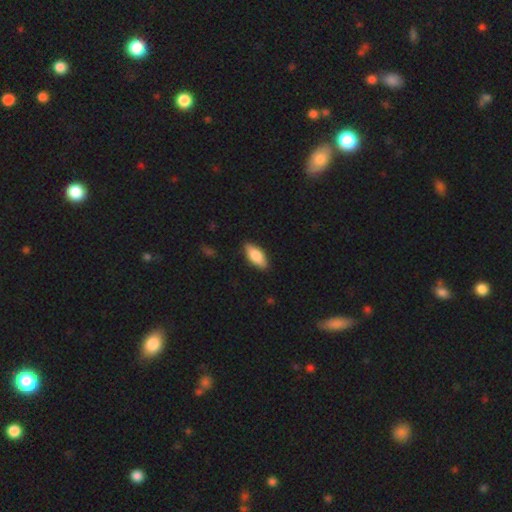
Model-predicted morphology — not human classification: This is clearly a smooth galaxy (82%). How rounded: clearly in between (84%). Merging: clearly none (87%).